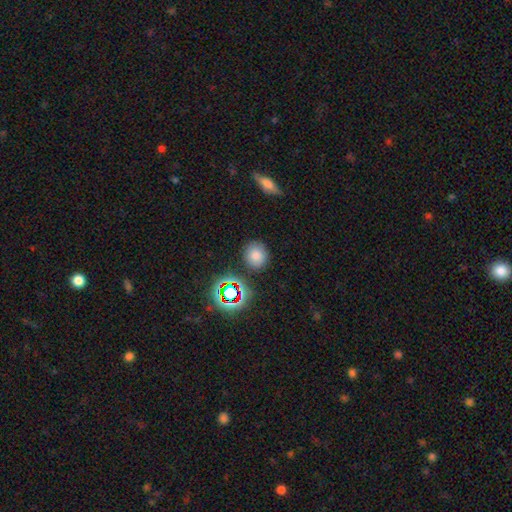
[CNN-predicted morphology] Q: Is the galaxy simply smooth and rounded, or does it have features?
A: smooth — 74%.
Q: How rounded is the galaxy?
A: round — 80%.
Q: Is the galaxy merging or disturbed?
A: none — 86%.